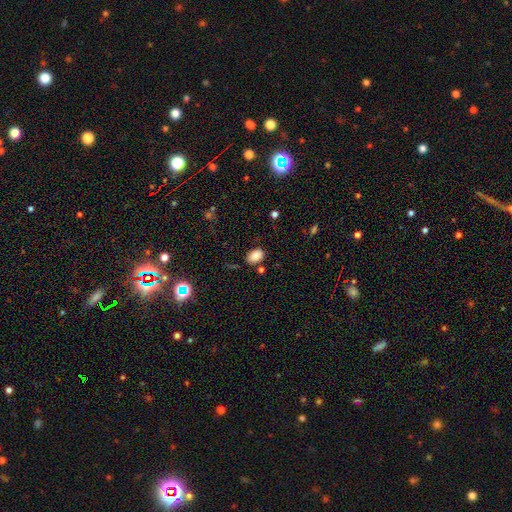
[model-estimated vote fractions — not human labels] Smooth or featured? smooth (84%)
How rounded? in between (83%)
Merging? none (79%)